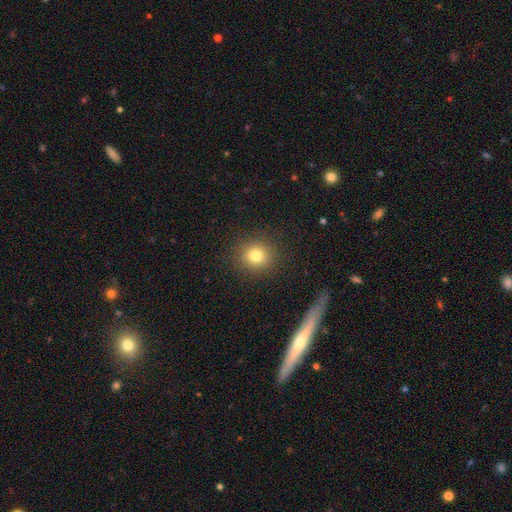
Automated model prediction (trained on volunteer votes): The model was most divided on "smooth or featured": smooth: 79%, star or artifact: 13%, featured or disk: 8%. More confident: merging — none (89%); how rounded — round (88%).